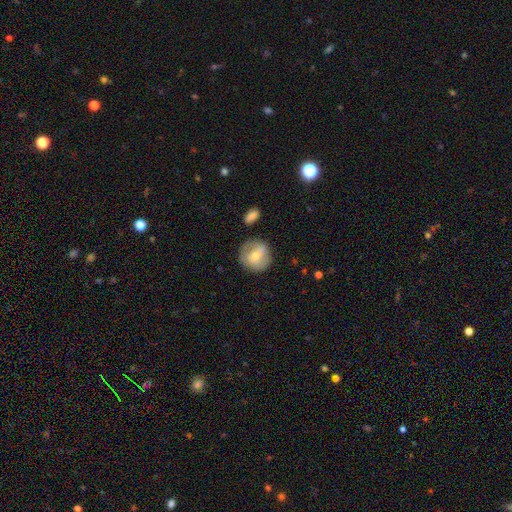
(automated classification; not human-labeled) Overall: smooth (47%; featured or disk 45%). Merging: none (78%).